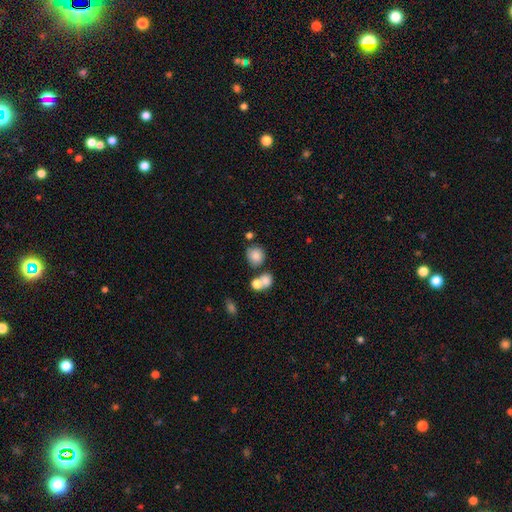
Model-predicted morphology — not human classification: This appears to be a smooth galaxy with no disk features (82%) that is round (81%). Merging: none (62%).